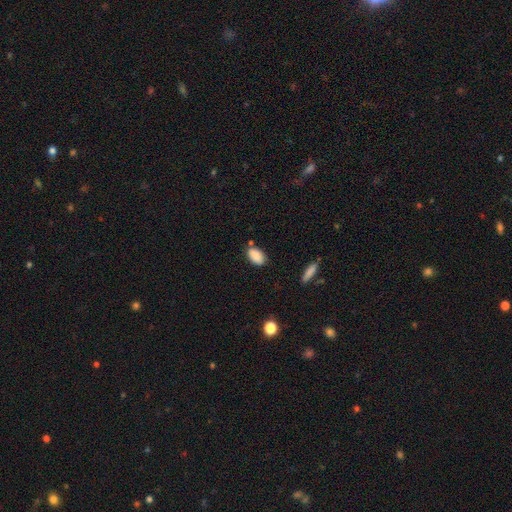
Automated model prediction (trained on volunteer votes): smooth 88%, star or artifact 8%, featured or disk 5%. Down the decision tree: how rounded — in between (92%); merging — none (74%).